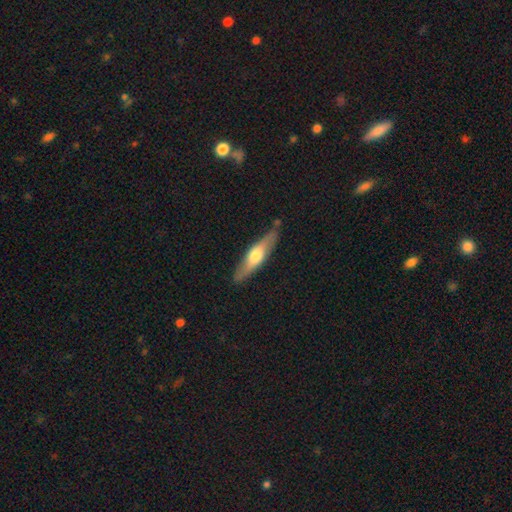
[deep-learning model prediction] Q: Smooth or featured?
A: featured or disk (50%); runner-up: smooth (45%)
Q: Edge-on disk?
A: yes (83%); runner-up: no (17%)
Q: Merging?
A: none (82%); runner-up: minor disturbance (13%)